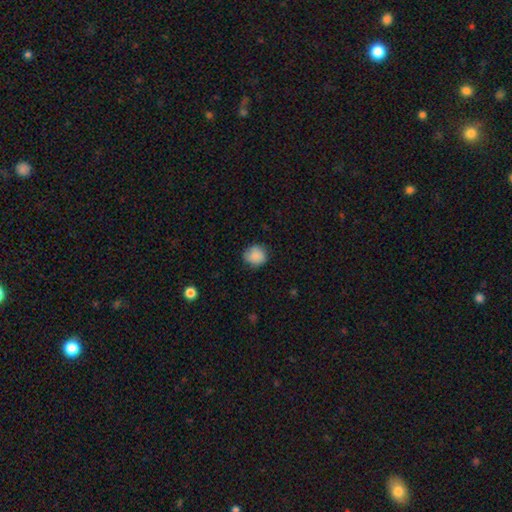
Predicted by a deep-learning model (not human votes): A smooth galaxy with no disk features (87%) that is round (85%). Merging: none (80%).